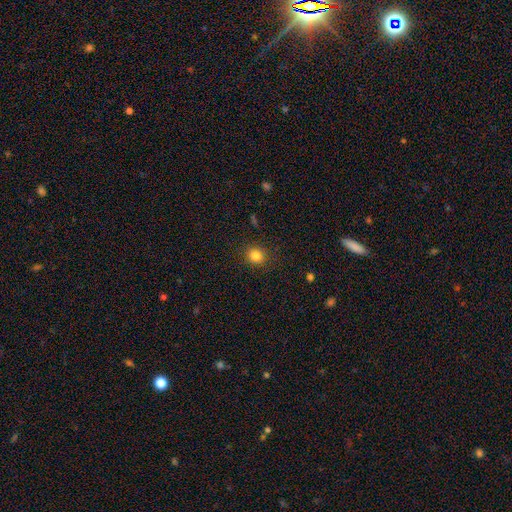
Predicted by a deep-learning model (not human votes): A smooth galaxy with no disk features (83%) that is round (86%).

Vote fractions:
- Smooth or featured? smooth: 83% / star or artifact: 12% / featured or disk: 5%
- How rounded? round: 86% / in between: 13% / cigar-shaped: 1%
- Merging? none: 90% / minor disturbance: 6% / major disturbance: 2% / merger: 1%